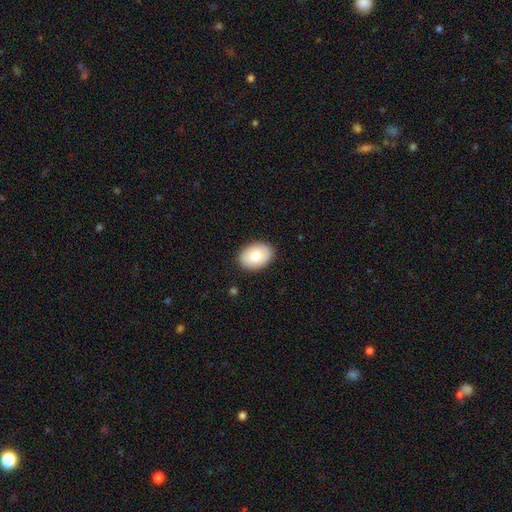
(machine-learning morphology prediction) type=smooth (77%); roundness=in between (83%); merging=none (88%).